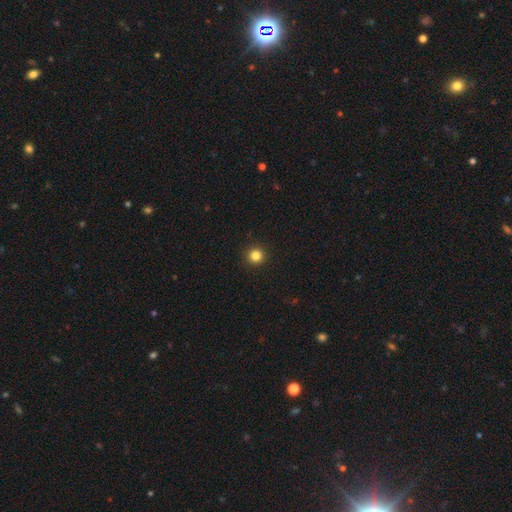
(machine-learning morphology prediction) The model was most divided on "smooth or featured": smooth: 83%, star or artifact: 13%, featured or disk: 4%. More confident: how rounded — round (95%); merging — none (93%).